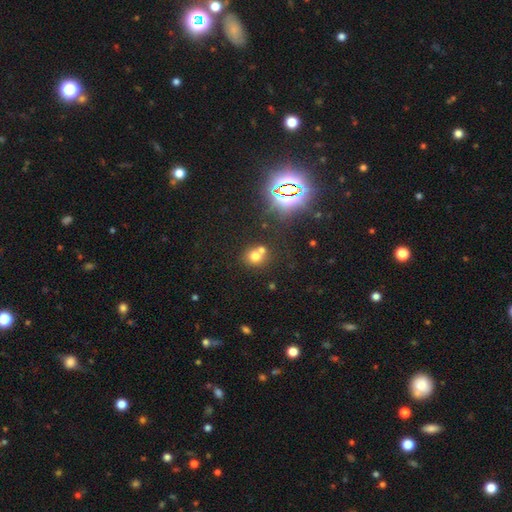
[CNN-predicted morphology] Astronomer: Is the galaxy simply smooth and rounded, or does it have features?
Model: smooth — 67%.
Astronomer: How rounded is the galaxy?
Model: round — 80%.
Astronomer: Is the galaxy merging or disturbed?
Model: none — 46% (runner-up: merger, 43%).